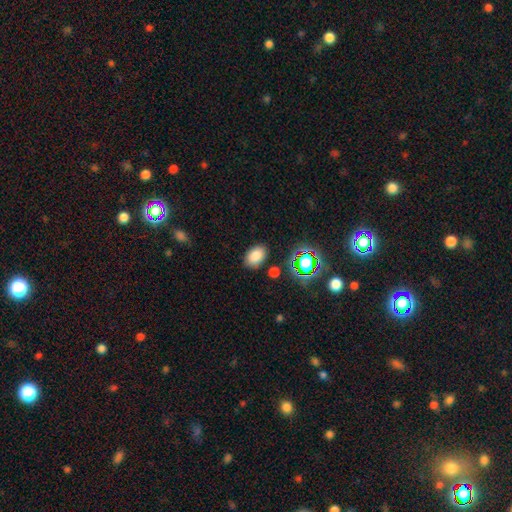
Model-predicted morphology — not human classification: smooth_or_featured: smooth (p=0.79) [alt: star or artifact p=0.14]
how_rounded: in between (p=0.85) [alt: round p=0.14]
merging: none (p=0.84) [alt: minor disturbance p=0.10]